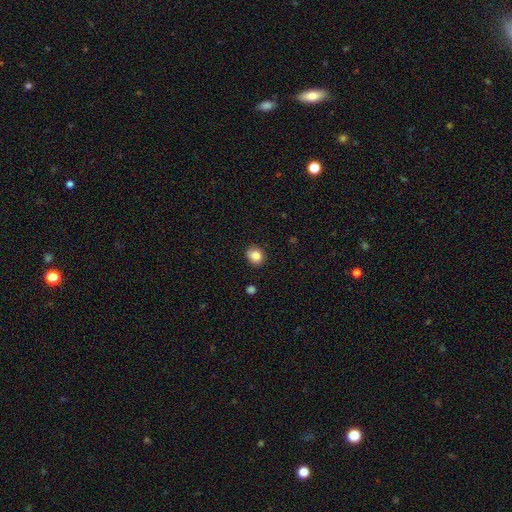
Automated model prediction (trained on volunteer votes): Q: Smooth or featured?
A: smooth (86%); runner-up: star or artifact (10%)
Q: How rounded?
A: round (66%); runner-up: in between (33%)
Q: Merging?
A: none (86%); runner-up: minor disturbance (10%)